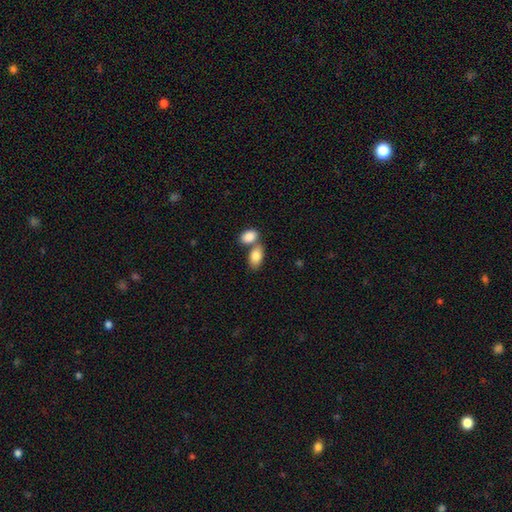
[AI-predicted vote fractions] The model was most divided on "merging": merger: 45%, none: 44%, minor disturbance: 9%, major disturbance: 3%. More confident: how rounded — in between (91%); smooth or featured — smooth (85%).